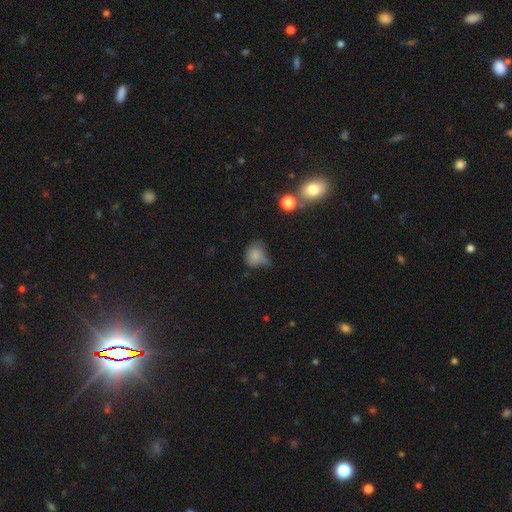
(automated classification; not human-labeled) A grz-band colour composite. It shows a smooth galaxy with no disk features (77%) that is round (59%). Merging: none (39%).